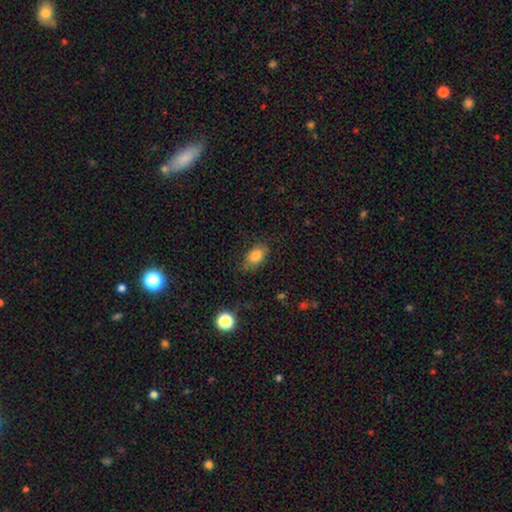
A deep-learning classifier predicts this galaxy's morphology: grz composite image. It shows a smooth galaxy with no disk features (81%) that is in between round and cigar-shaped (88%). Merging: none (72%).